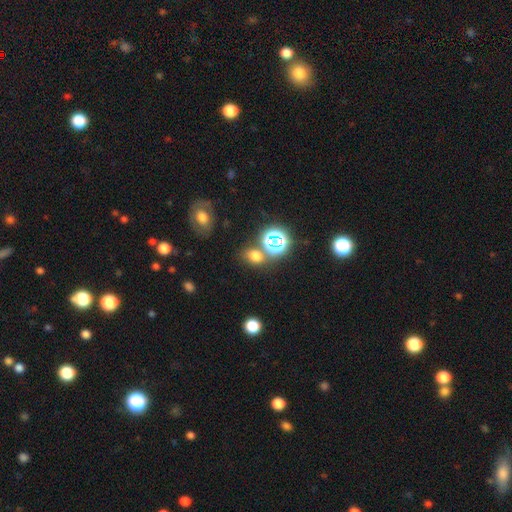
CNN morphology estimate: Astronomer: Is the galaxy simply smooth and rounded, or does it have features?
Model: smooth — 62%.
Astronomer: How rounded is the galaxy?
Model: round — 51% (runner-up: in between, 48%).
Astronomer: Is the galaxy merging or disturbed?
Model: none — 66%.